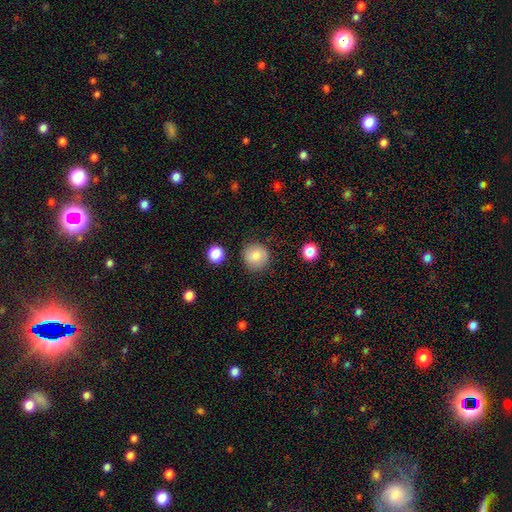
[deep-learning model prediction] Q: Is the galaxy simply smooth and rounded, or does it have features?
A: smooth — 82%.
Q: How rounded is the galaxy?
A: round — 92%.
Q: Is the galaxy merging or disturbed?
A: none — 86%.